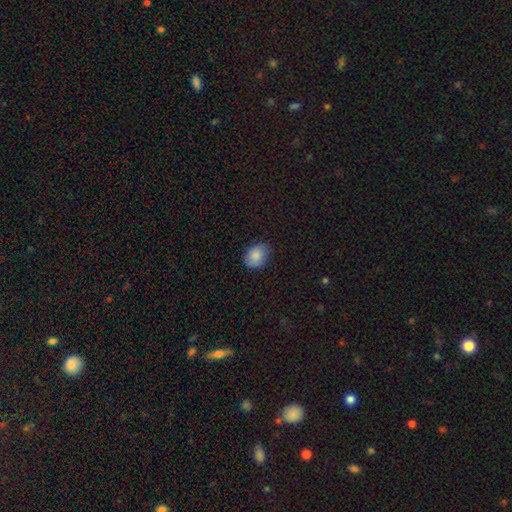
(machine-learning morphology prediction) smooth_or_featured: smooth (p=0.86) [alt: star or artifact p=0.08]
how_rounded: in between (p=0.63) [alt: round p=0.36]
merging: none (p=0.80) [alt: minor disturbance p=0.16]